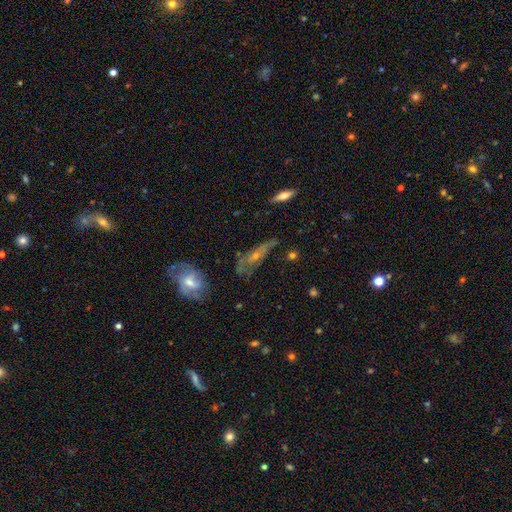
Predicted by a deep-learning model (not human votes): A featured or disk galaxy (55%).

Vote fractions:
- Smooth or featured? featured or disk: 55% / smooth: 29% / star or artifact: 16%
- Edge-on disk? no: 70% / yes: 30%
- Merging? none: 50% / minor disturbance: 25% / major disturbance: 19% / merger: 6%